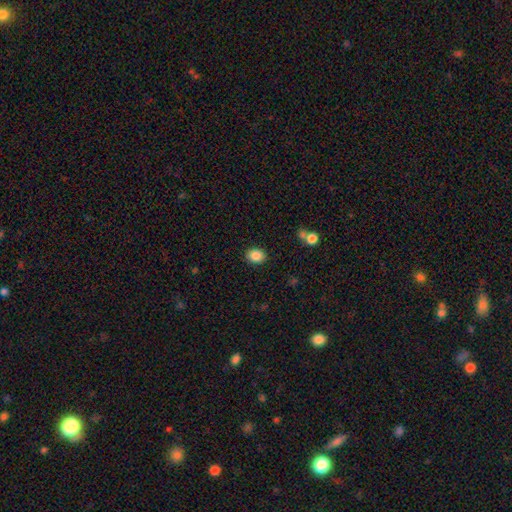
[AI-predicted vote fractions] Overall: smooth (87%). How rounded: in between (50%; round 49%). Merging: none (88%).